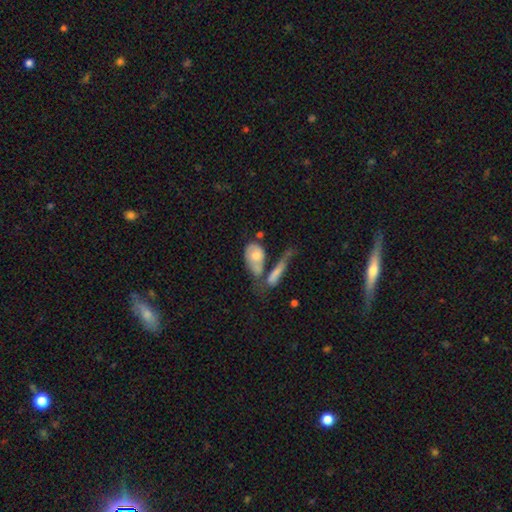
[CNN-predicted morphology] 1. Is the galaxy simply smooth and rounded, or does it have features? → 60% smooth, 33% featured or disk, 6% star or artifact.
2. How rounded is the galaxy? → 78% in between, 13% round, 9% cigar-shaped.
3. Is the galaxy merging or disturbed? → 41% merger, 27% none, 16% minor disturbance, 16% major disturbance.